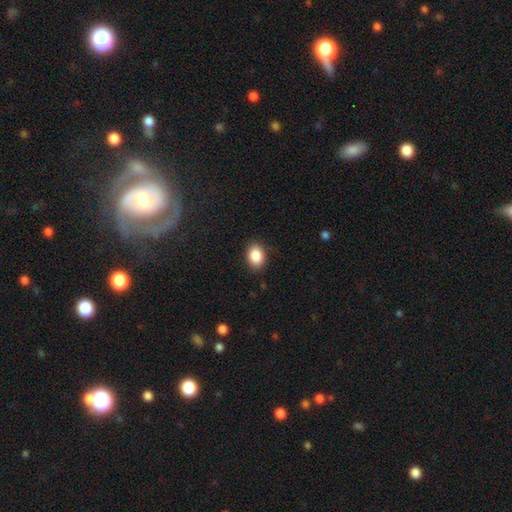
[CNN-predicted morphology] smooth_or_featured: smooth (p=0.88) [alt: star or artifact p=0.08]
how_rounded: in between (p=0.75) [alt: round p=0.24]
merging: none (p=0.87) [alt: minor disturbance p=0.09]